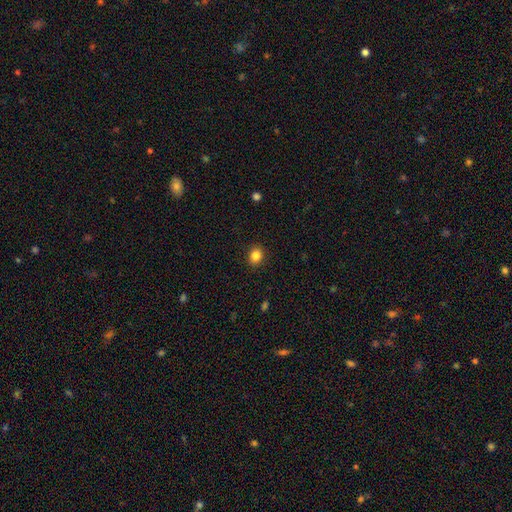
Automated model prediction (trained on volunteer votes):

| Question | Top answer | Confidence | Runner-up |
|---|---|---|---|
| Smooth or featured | smooth | 85% | star or artifact (11%) |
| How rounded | round | 64% | in between (35%) |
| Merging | none | 90% | minor disturbance (7%) |